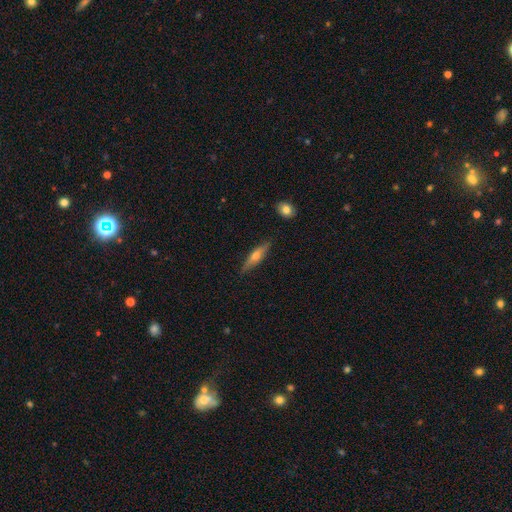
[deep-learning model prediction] This appears to be a featured or disk galaxy (50%). Merging: none (85%).